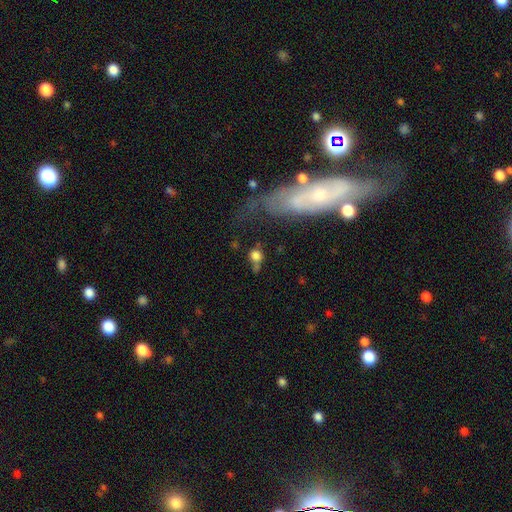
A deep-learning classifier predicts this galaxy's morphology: smooth-or-featured: smooth: 74% | star or artifact: 13% | featured or disk: 12%
  how-rounded: round: 74% | in between: 23% | cigar-shaped: 3%
  merging: none: 46% | merger: 23% | minor disturbance: 17% | major disturbance: 14%